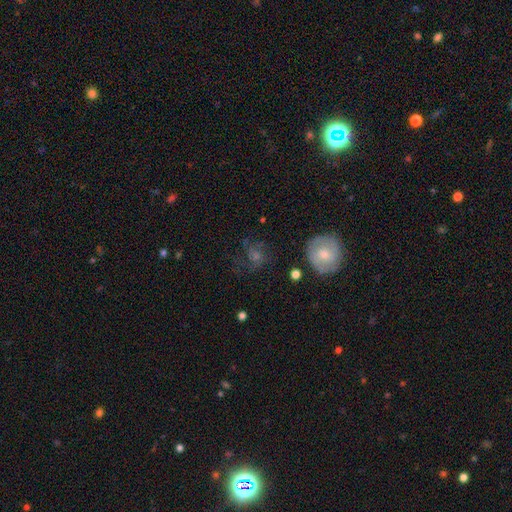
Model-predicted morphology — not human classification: Smooth or featured? Predicted: featured or disk (p=0.45). Merging? Predicted: none (p=0.65).